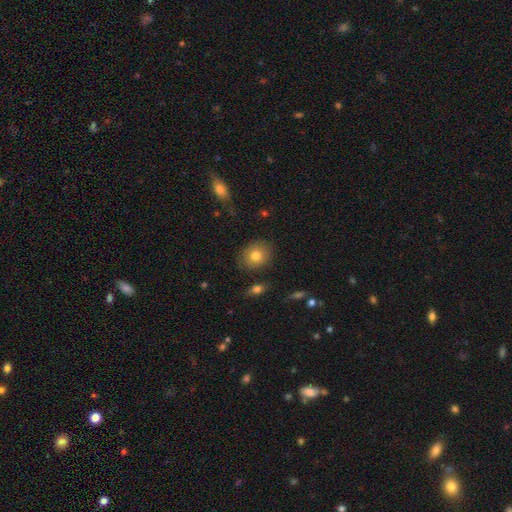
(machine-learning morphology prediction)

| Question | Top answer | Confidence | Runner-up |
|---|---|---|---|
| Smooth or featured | smooth | 78% | featured or disk (13%) |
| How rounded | round | 65% | in between (34%) |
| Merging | none | 84% | minor disturbance (11%) |